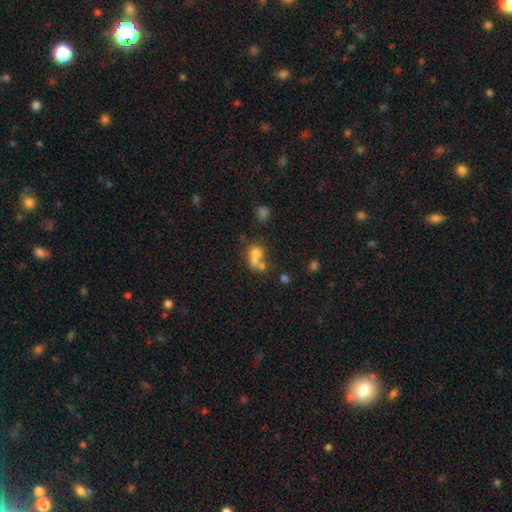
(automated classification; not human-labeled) A smooth galaxy with no disk features (68%) that is round (53%). Merging: merger (58%).